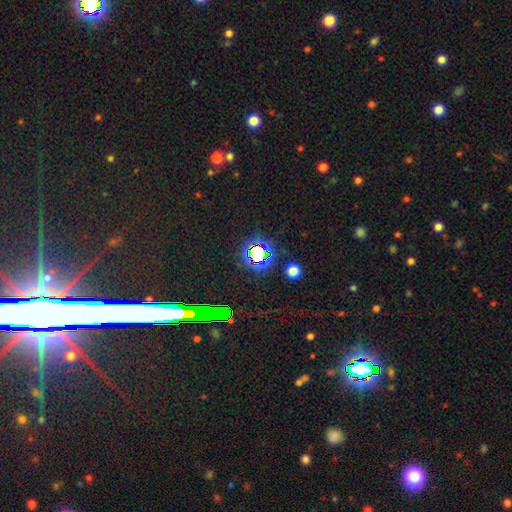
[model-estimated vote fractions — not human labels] A star or artifact, not a galaxy (72%).

Vote fractions:
- Smooth or featured? star or artifact: 72% / smooth: 19% / featured or disk: 9%